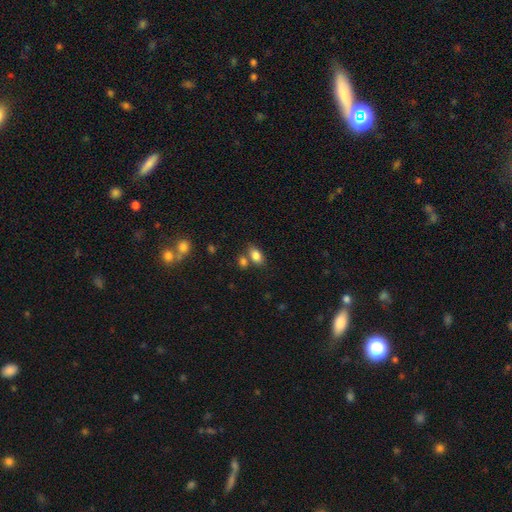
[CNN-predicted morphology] smooth-or-featured: smooth: 83% | star or artifact: 9% | featured or disk: 8%
  how-rounded: in between: 87% | round: 9% | cigar-shaped: 4%
  merging: none: 60% | merger: 23% | minor disturbance: 13% | major disturbance: 4%